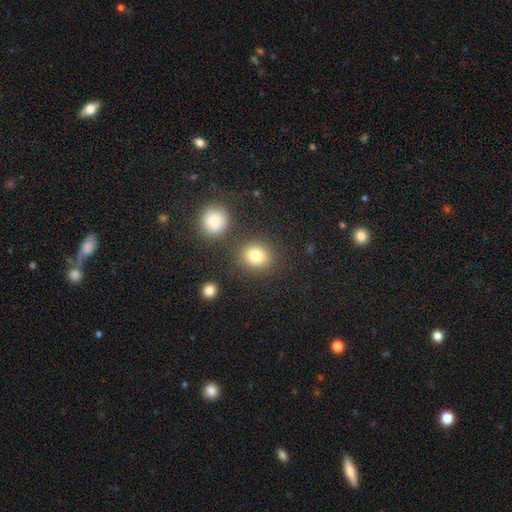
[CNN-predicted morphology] Q: Smooth or featured?
A: smooth (81%); runner-up: star or artifact (12%)
Q: How rounded?
A: round (75%); runner-up: in between (24%)
Q: Merging?
A: none (80%); runner-up: minor disturbance (8%)